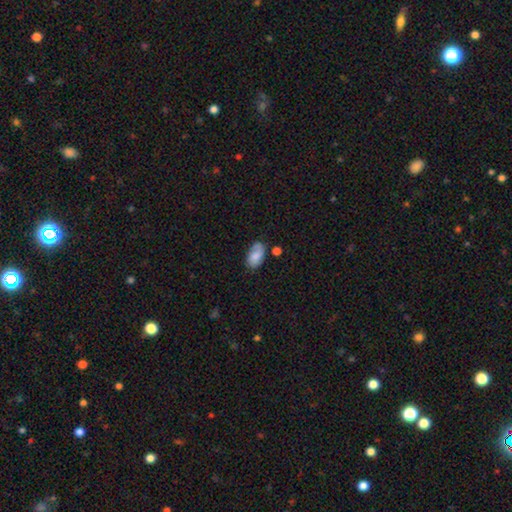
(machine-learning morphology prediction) A smooth galaxy with no disk features (76%) that is in between round and cigar-shaped (93%). Merging: none (58%).